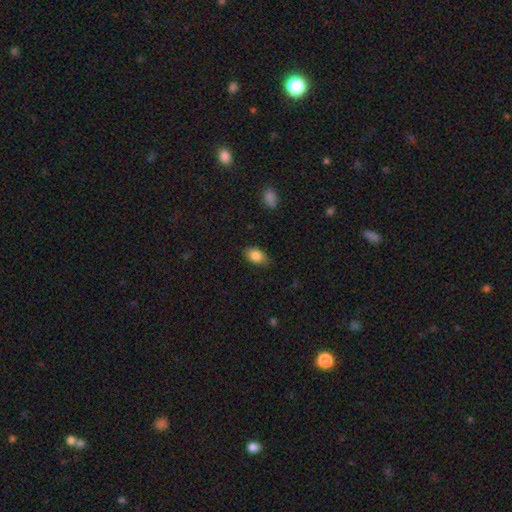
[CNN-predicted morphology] smooth 86%, star or artifact 8%, featured or disk 6%. Down the decision tree: how rounded — in between (86%); merging — none (81%).